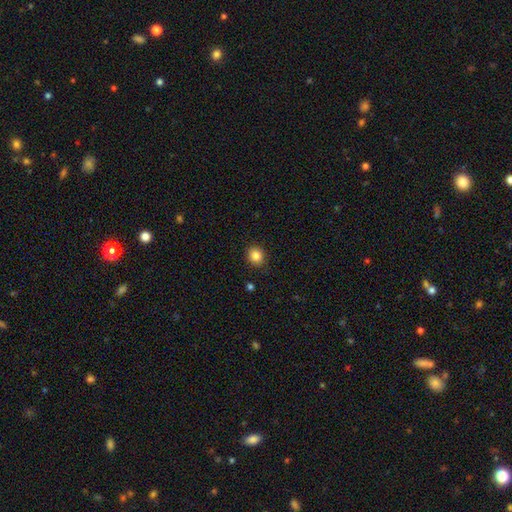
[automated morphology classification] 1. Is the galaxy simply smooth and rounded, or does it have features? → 85% smooth, 11% star or artifact, 5% featured or disk.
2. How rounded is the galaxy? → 81% round, 18% in between, 1% cigar-shaped.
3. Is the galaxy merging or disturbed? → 89% none, 8% minor disturbance, 2% major disturbance, 1% merger.